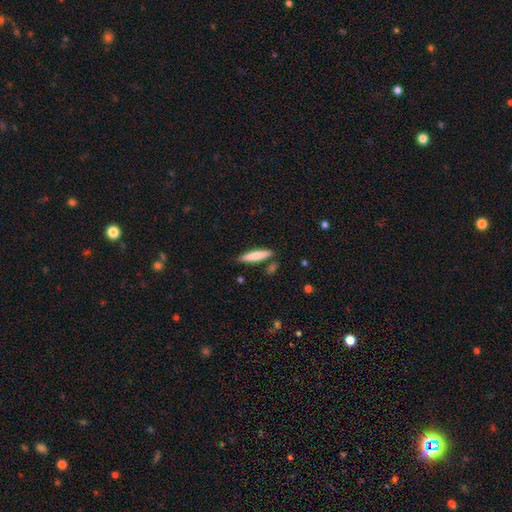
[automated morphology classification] This appears to be a smooth galaxy with no disk features (75%) that is cigar-shaped (83%). Merging: none (82%).